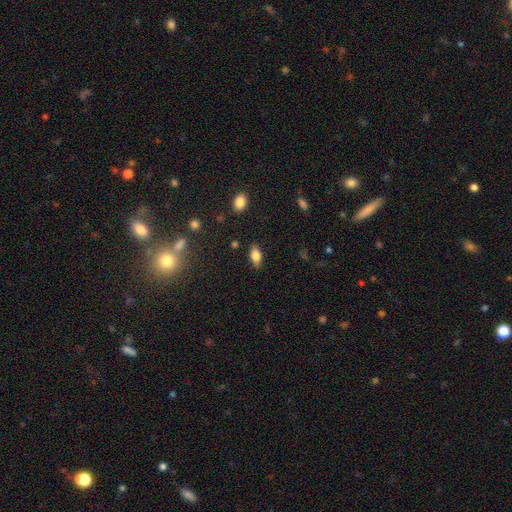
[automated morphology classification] A smooth galaxy with no disk features (67%) that is in between round and cigar-shaped (82%).

Vote fractions:
- Smooth or featured? smooth: 67% / featured or disk: 24% / star or artifact: 9%
- How rounded? in between: 82% / cigar-shaped: 12% / round: 6%
- Merging? none: 84% / minor disturbance: 12% / major disturbance: 3% / merger: 1%